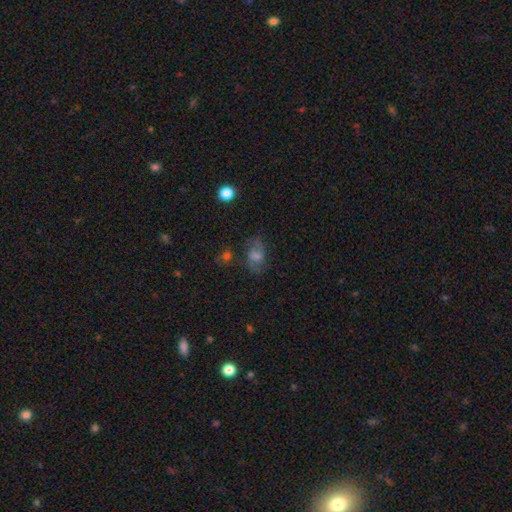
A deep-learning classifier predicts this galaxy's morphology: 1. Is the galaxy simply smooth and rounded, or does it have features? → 52% featured or disk, 32% smooth, 17% star or artifact.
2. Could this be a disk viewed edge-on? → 94% no, 6% yes.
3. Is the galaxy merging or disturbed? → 73% none, 17% minor disturbance, 8% major disturbance, 3% merger.